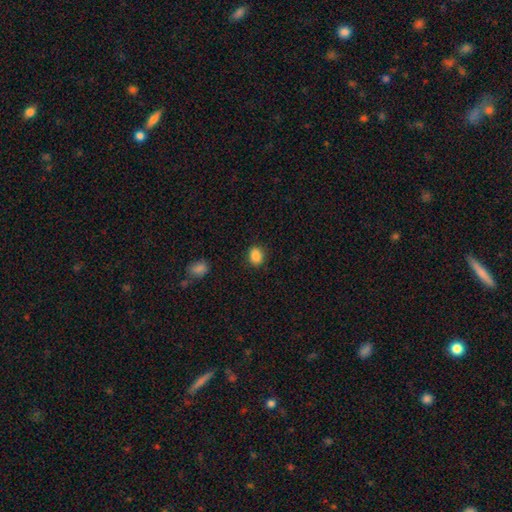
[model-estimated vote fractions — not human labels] This appears to be a smooth galaxy with no disk features (88%) that is in between round and cigar-shaped (52%). Merging: none (87%).